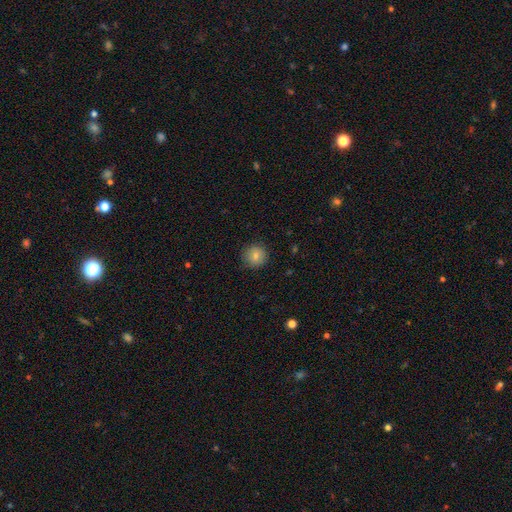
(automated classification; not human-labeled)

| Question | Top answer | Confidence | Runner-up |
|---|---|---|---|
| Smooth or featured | smooth | 82% | star or artifact (10%) |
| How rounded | round | 94% | in between (5%) |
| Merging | none | 89% | minor disturbance (8%) |